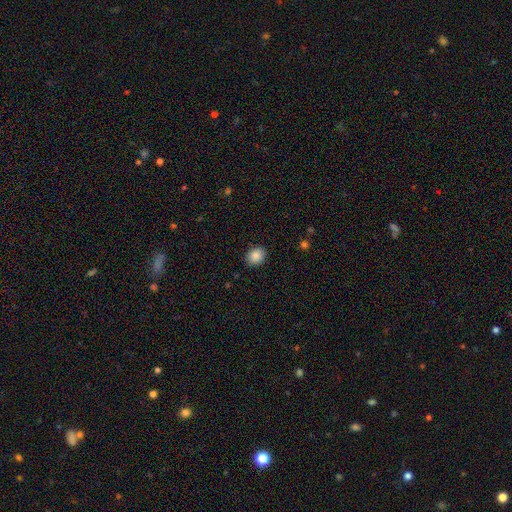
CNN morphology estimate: Smooth or featured: smooth — 87% (star or artifact — 8%)
How rounded: round — 52% (in between — 47%)
Merging: none — 88% (minor disturbance — 9%)